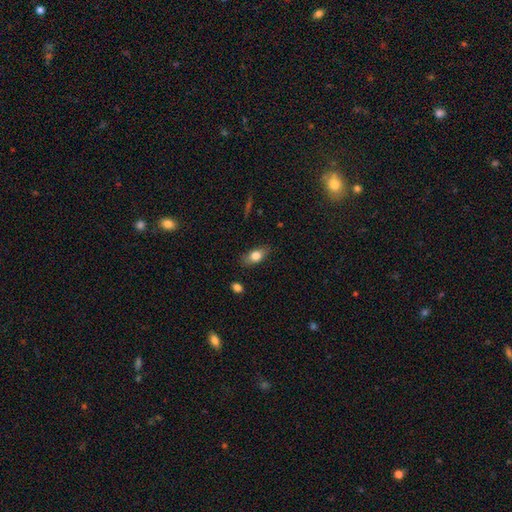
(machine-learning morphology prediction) Smooth or featured?
  - smooth: 77% *
  - featured or disk: 15%
  - star or artifact: 8%
How rounded?
  - in between: 83% *
  - cigar-shaped: 9%
  - round: 8%
Merging?
  - none: 80% *
  - minor disturbance: 15%
  - major disturbance: 3%
  - merger: 1%